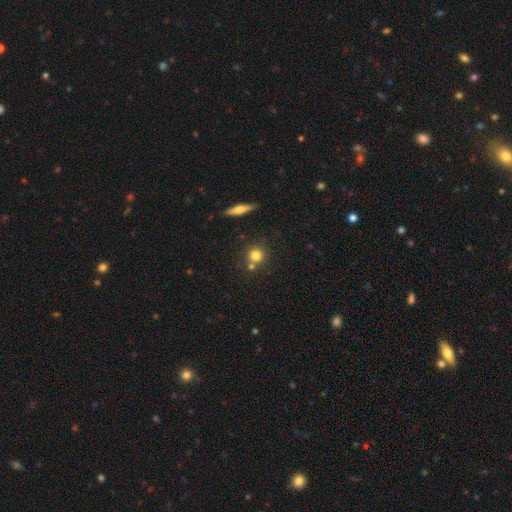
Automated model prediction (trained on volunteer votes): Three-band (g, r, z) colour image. It shows a smooth galaxy with no disk features (77%) that is round (90%). Merging: none (67%).